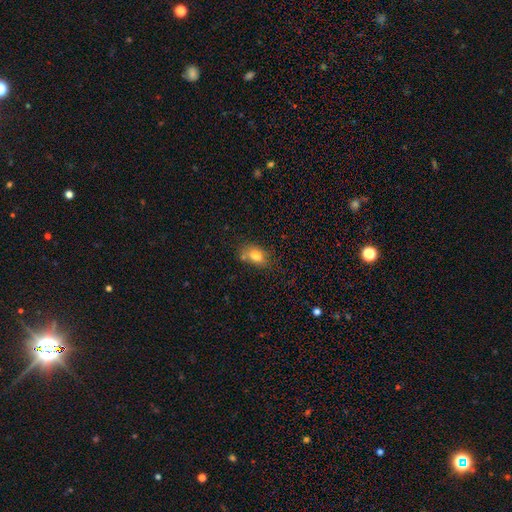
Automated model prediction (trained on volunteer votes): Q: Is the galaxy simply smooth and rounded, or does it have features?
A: smooth — 80%.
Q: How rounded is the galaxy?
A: in between — 83%.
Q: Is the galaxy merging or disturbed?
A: none — 63%.